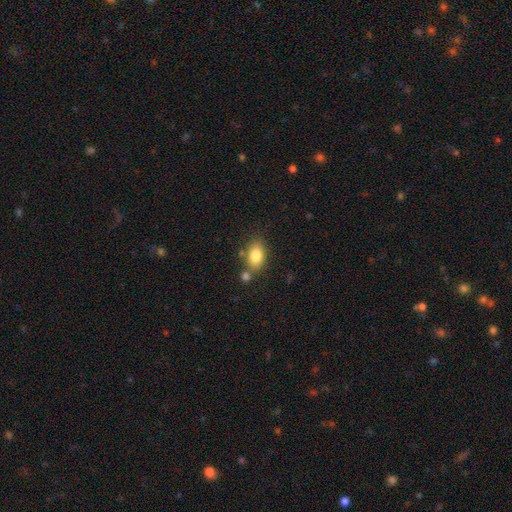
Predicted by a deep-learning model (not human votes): Smooth or featured? Predicted: smooth (p=0.82). How rounded? Predicted: in between (p=0.84). Merging? Predicted: none (p=0.66).